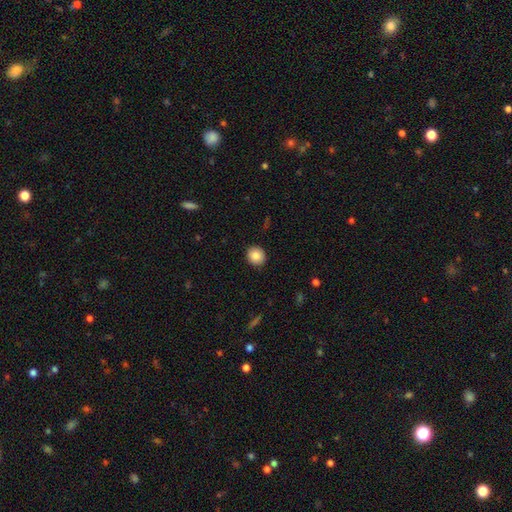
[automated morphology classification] A smooth galaxy with no disk features (87%) that is round (87%). Merging: none (91%).